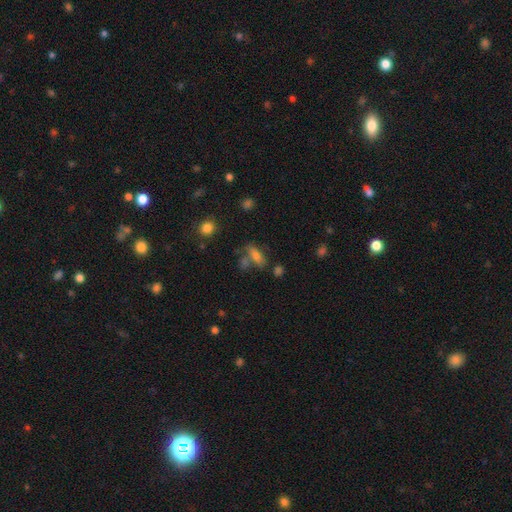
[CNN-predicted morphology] Smooth or featured: smooth — 68% (featured or disk — 20%)
How rounded: in between — 67% (cigar-shaped — 27%)
Merging: none — 51% (merger — 23%)